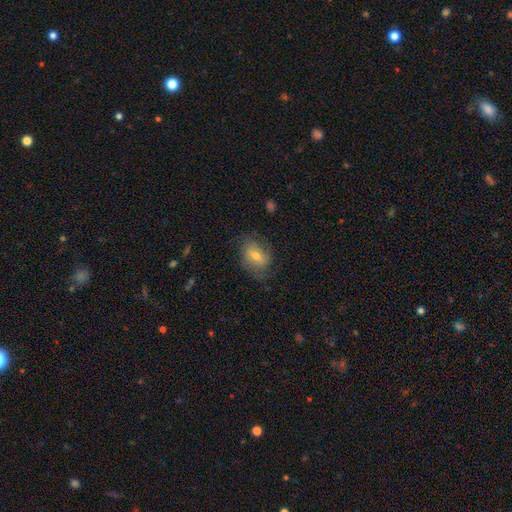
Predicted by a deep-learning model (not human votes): Smooth or featured? smooth (52%)
How rounded? in between (73%)
Merging? none (68%)